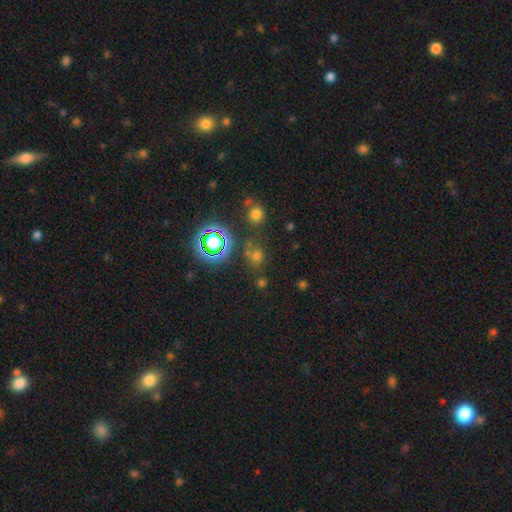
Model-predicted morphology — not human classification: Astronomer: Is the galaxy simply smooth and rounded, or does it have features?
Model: smooth — 48% (runner-up: star or artifact, 45%).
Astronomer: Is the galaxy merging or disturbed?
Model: none — 75%.